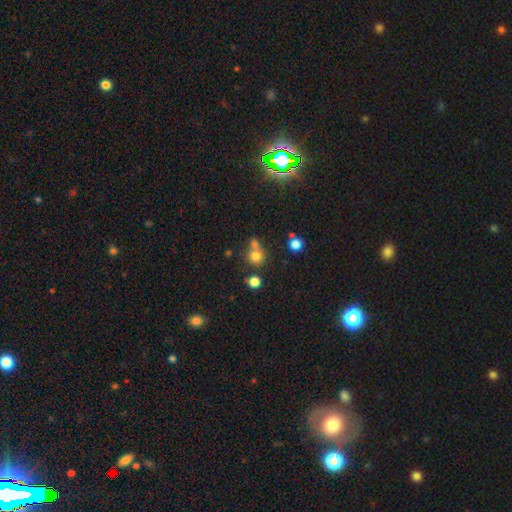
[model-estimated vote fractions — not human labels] smooth_or_featured: smooth (p=0.75) [alt: star or artifact p=0.17]
how_rounded: round (p=0.85) [alt: in between p=0.14]
merging: none (p=0.53) [alt: merger p=0.34]